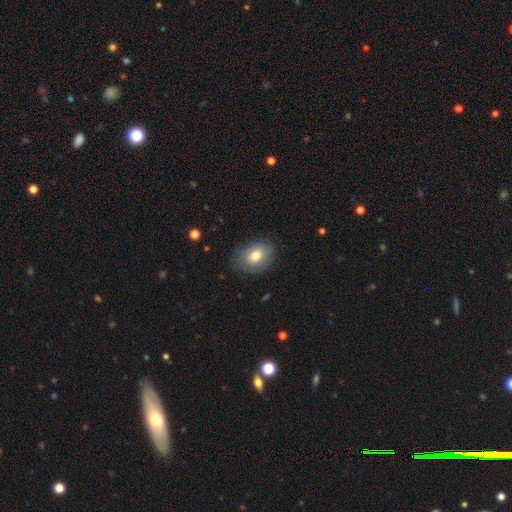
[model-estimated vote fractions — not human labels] Smooth or featured: smooth — 72% (featured or disk — 20%)
How rounded: in between — 70% (round — 29%)
Merging: none — 74% (minor disturbance — 20%)